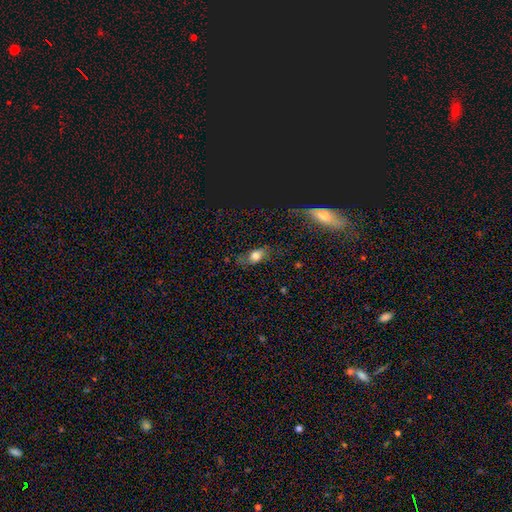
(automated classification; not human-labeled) Morphology: type=smooth (66%); roundness=in between (76%); merging=none (63%).